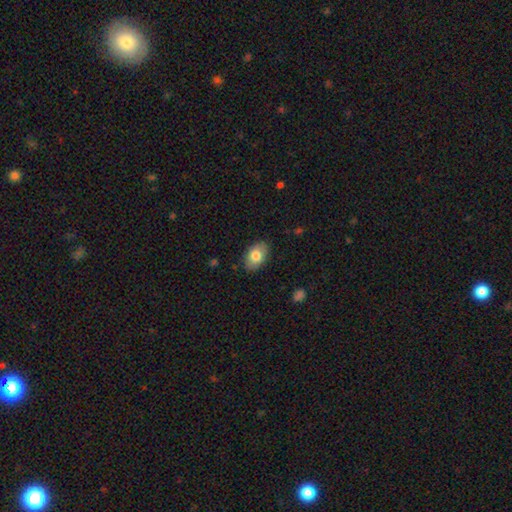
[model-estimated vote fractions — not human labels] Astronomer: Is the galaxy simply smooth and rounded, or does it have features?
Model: smooth — 79%.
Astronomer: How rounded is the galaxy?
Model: in between — 89%.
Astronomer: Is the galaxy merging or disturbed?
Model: none — 86%.